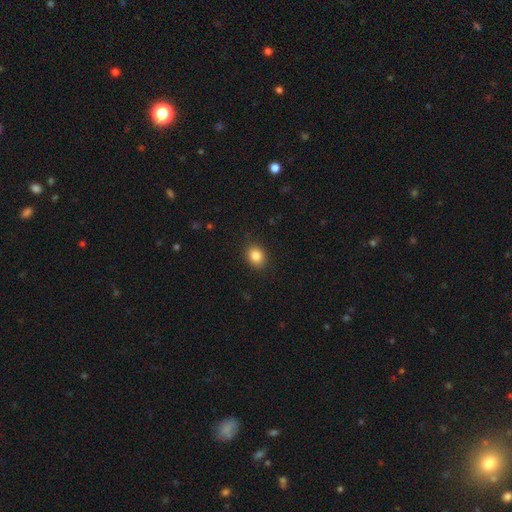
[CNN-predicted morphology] Overall: smooth (86%). How rounded: round (57%; in between 43%). Merging: none (88%).